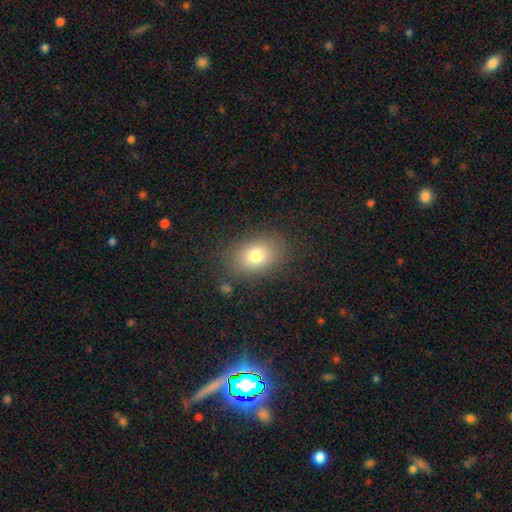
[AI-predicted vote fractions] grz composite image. It shows a smooth galaxy with no disk features (78%) that is in between round and cigar-shaped (72%). Merging: none (83%).